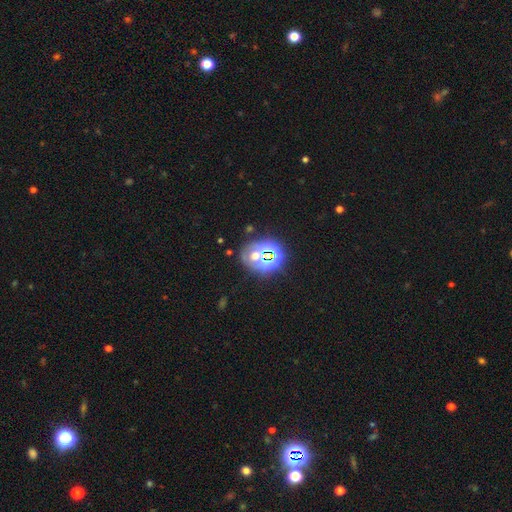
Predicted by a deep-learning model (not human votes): star or artifact 51%, smooth 31%, featured or disk 18%.